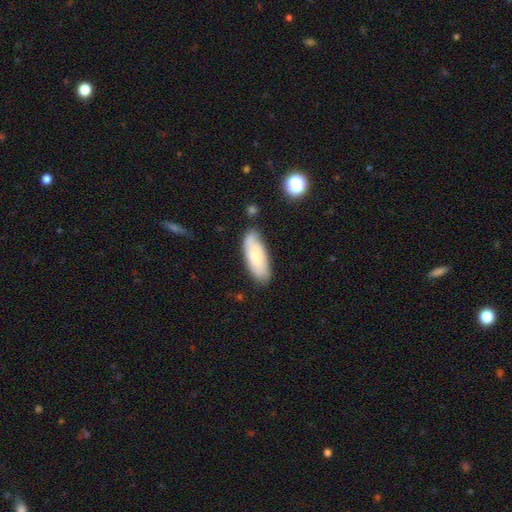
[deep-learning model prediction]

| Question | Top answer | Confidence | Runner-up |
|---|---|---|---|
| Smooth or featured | smooth | 69% | featured or disk (24%) |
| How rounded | in between | 73% | cigar-shaped (25%) |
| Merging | none | 73% | minor disturbance (20%) |